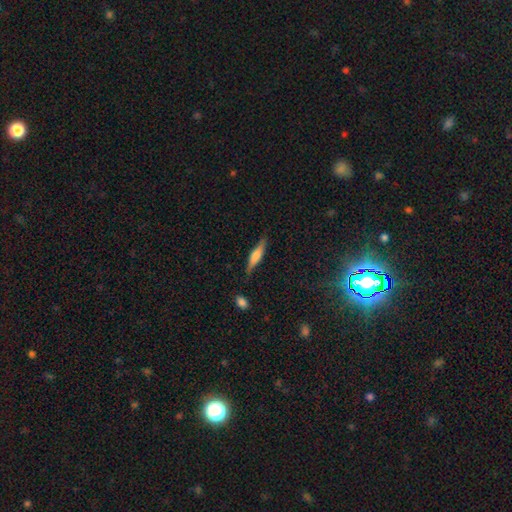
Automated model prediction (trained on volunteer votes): A smooth galaxy with no disk features (52%) that is cigar-shaped (79%).

Vote fractions:
- Smooth or featured? smooth: 52% / featured or disk: 41% / star or artifact: 6%
- How rounded? cigar-shaped: 79% / in between: 19% / round: 2%
- Merging? none: 82% / minor disturbance: 13% / major disturbance: 3% / merger: 2%